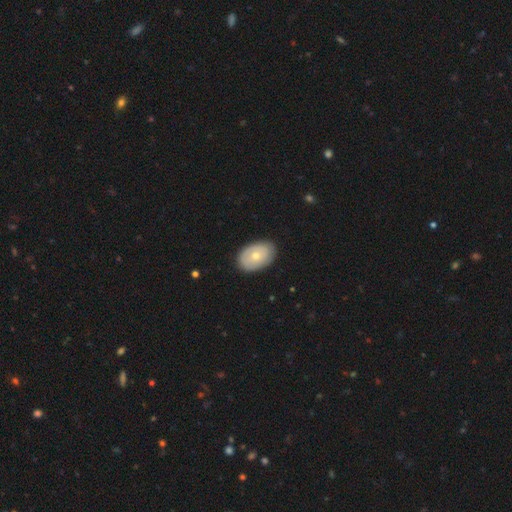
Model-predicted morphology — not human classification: Smooth or featured? Predicted: smooth (p=0.54). How rounded? Predicted: in between (p=0.85). Merging? Predicted: none (p=0.86).